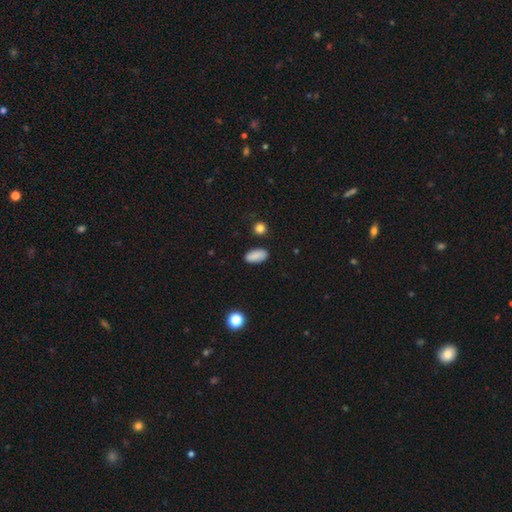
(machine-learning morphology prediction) Smooth or featured: smooth — 87% (star or artifact — 8%)
How rounded: in between — 91% (cigar-shaped — 5%)
Merging: none — 86% (minor disturbance — 10%)